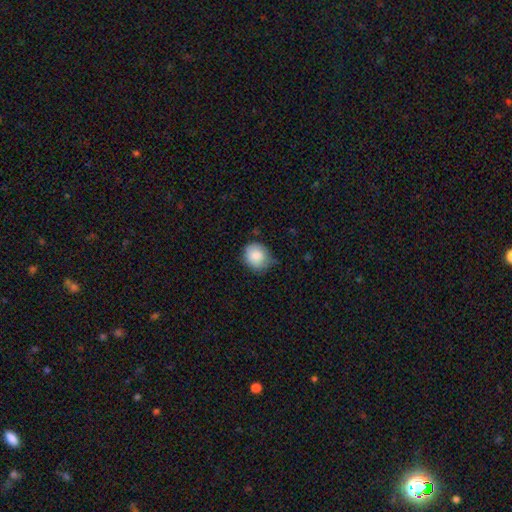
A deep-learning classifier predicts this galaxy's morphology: This appears to be a smooth galaxy with no disk features (84%) that is round (79%). Merging: none (61%).